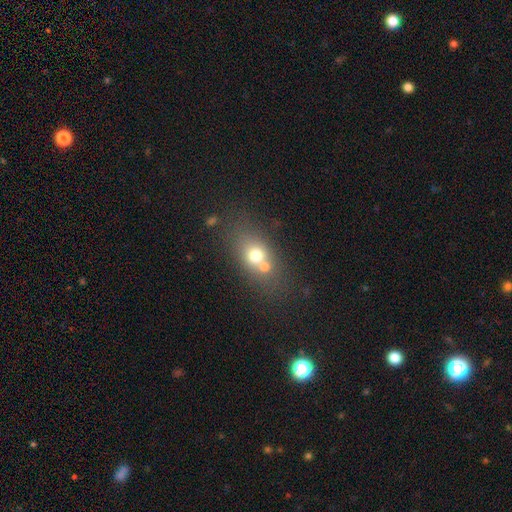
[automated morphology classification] smooth-or-featured: smooth: 65% | featured or disk: 22% | star or artifact: 13%
  how-rounded: in between: 55% | round: 41% | cigar-shaped: 3%
  merging: merger: 47% | none: 40% | minor disturbance: 9% | major disturbance: 5%